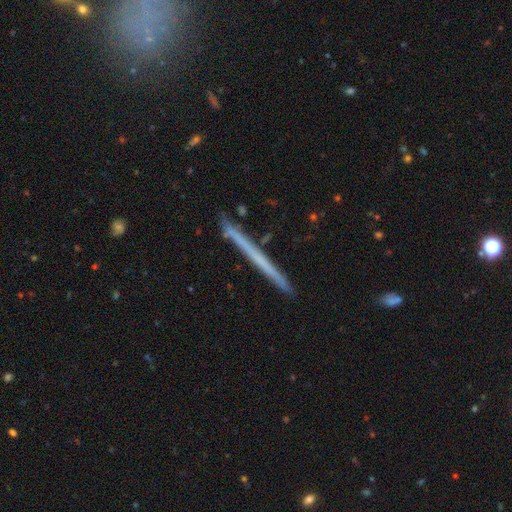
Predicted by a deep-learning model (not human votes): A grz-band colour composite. It shows a featured or disk galaxy (55%) viewed edge-on (98%) with no central bulge (92%). Merging: none (91%).